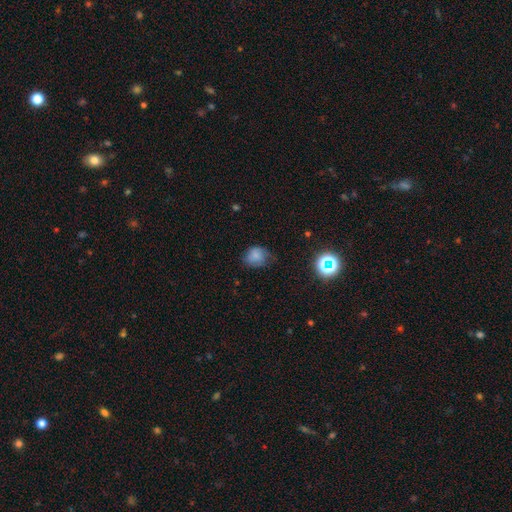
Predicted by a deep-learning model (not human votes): The model was most divided on "how rounded": round: 59%, in between: 40%, cigar-shaped: 1%. More confident: smooth or featured — smooth (74%); merging — none (53%).